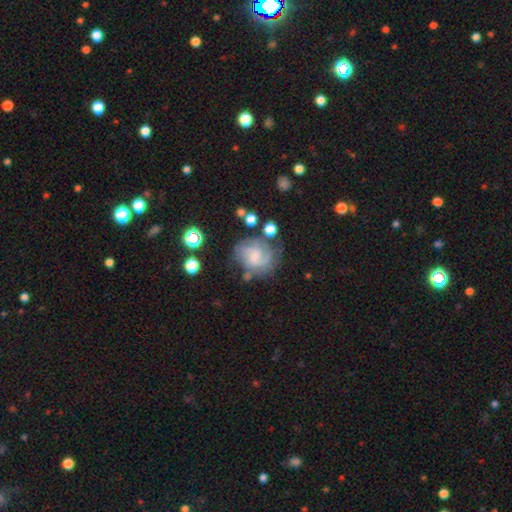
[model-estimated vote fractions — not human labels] Smooth or featured?
  - featured or disk: 70% *
  - smooth: 22%
  - star or artifact: 9%
Edge-on disk?
  - no: 98% *
  - yes: 2%
Bar?
  - weak: 51% *
  - no: 39%
  - strong: 10%
Spiral arms?
  - yes: 89% *
  - no: 11%
Spiral winding?
  - medium: 43% *
  - tight: 40%
  - loose: 18%
Spiral arm count?
  - 2: 45% *
  - can't tell: 29%
  - 3: 13%
  - 1: 7%
  - 4: 4%
  - more than 4: 3%
Bulge size?
  - small: 42% *
  - moderate: 30%
  - none: 22%
  - large: 4%
  - dominant: 1%
Merging?
  - none: 57% *
  - minor disturbance: 22%
  - major disturbance: 15%
  - merger: 6%